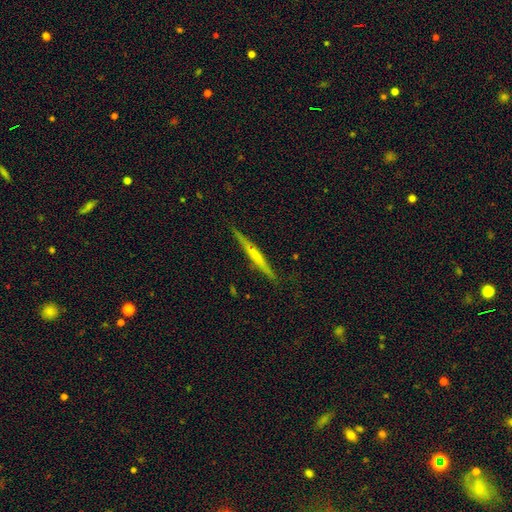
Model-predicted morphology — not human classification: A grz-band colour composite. It shows a featured or disk galaxy (55%) viewed edge-on (97%) with no central bulge (65%). Merging: none (87%).